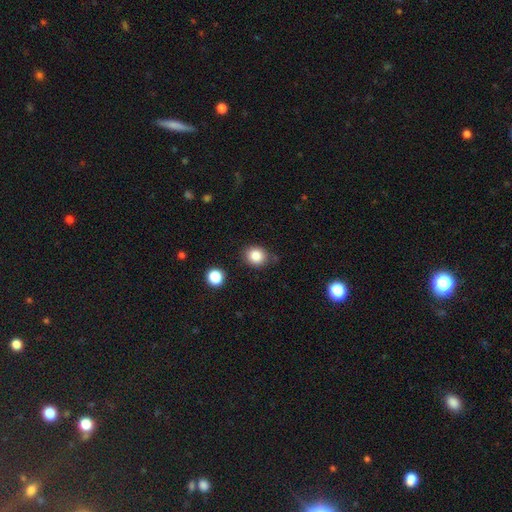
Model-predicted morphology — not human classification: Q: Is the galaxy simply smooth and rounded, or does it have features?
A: smooth — 84%.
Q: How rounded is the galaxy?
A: round — 72%.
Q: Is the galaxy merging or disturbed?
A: none — 78%.